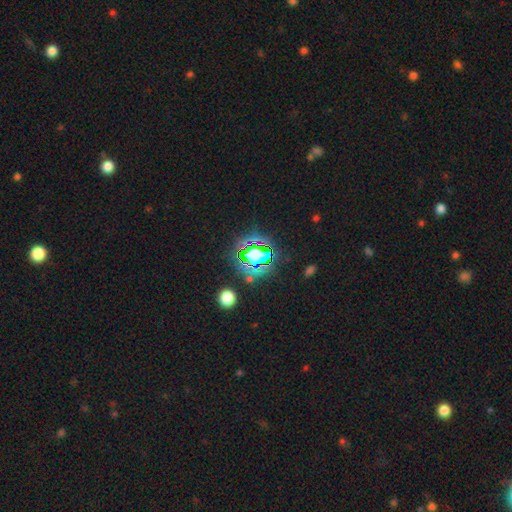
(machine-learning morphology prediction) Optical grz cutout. It shows a star or artifact, not a galaxy (65%).